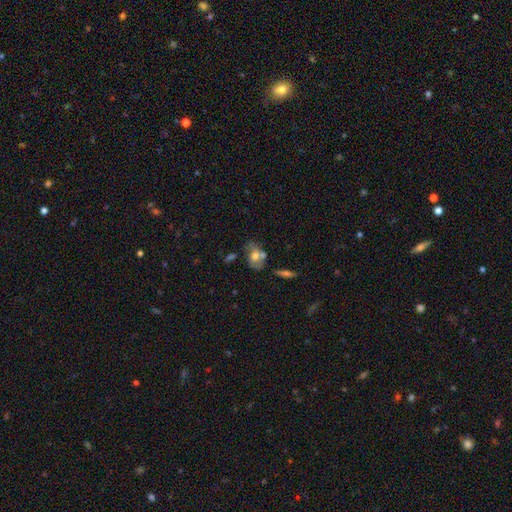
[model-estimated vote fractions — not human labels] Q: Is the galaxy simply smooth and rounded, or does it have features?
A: smooth — 54%.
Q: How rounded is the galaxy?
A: in between — 77%.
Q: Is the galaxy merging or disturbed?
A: none — 48%.